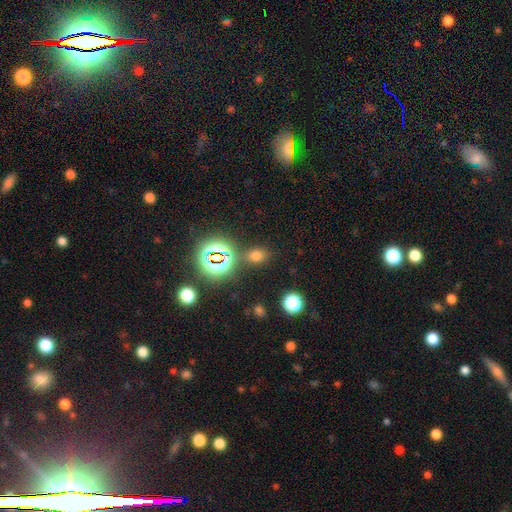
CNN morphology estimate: A smooth galaxy with no disk features (61%) that is in between round and cigar-shaped (57%).

Vote fractions:
- Smooth or featured? smooth: 61% / star or artifact: 32% / featured or disk: 7%
- How rounded? in between: 57% / round: 41% / cigar-shaped: 2%
- Merging? none: 75% / minor disturbance: 11% / merger: 9% / major disturbance: 5%